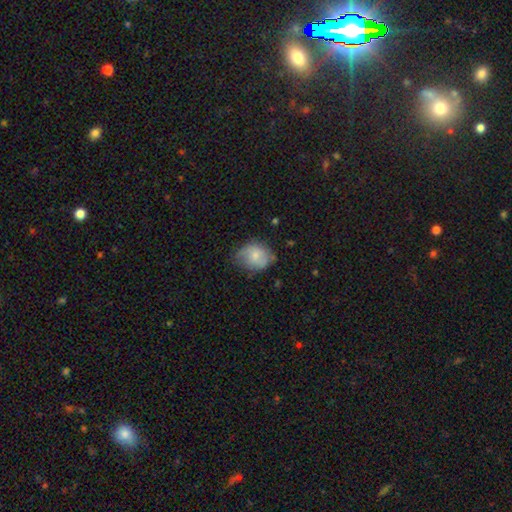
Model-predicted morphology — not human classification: Smooth or featured? Predicted: smooth (p=0.60). How rounded? Predicted: round (p=0.53). Merging? Predicted: none (p=0.57).